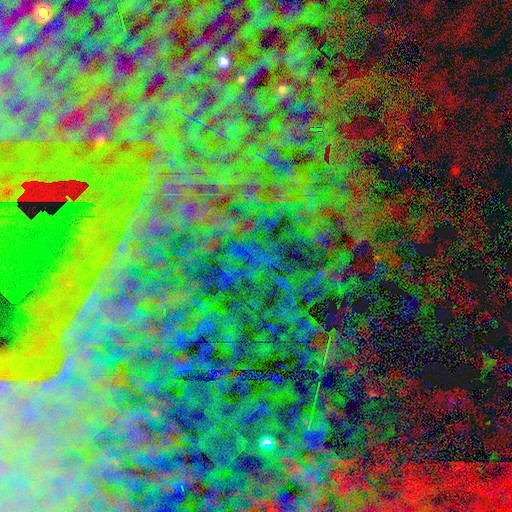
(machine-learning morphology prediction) Smooth or featured? Predicted: star or artifact (p=0.85).